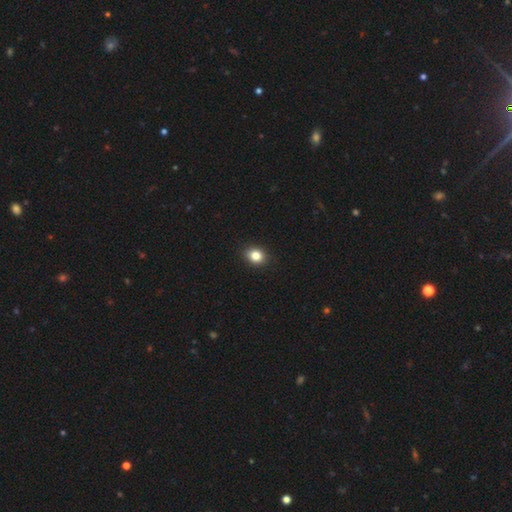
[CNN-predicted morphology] The model was most divided on "how rounded": round: 54%, in between: 45%, cigar-shaped: 1%. More confident: merging — none (91%); smooth or featured — smooth (84%).